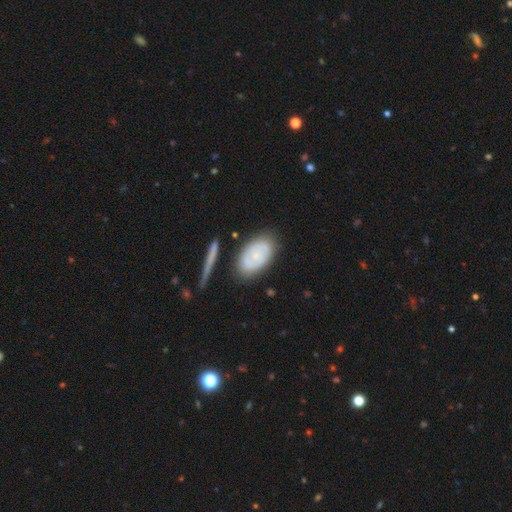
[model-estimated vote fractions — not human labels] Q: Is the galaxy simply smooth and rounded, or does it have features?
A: smooth — 49%.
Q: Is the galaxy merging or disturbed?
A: none — 72%.